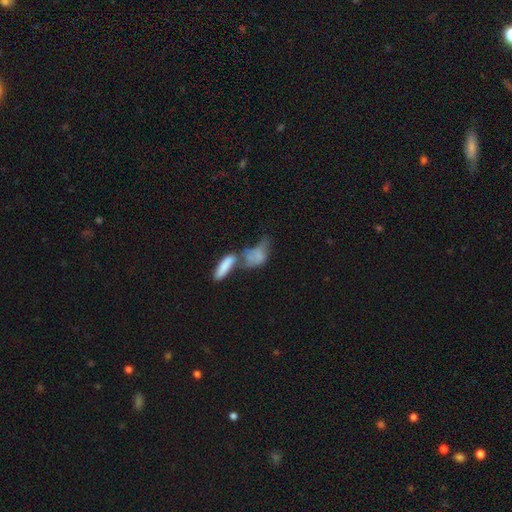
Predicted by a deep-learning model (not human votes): smooth 64%, featured or disk 26%, star or artifact 9%. Down the decision tree: how rounded — in between (77%); merging — merger (58%).